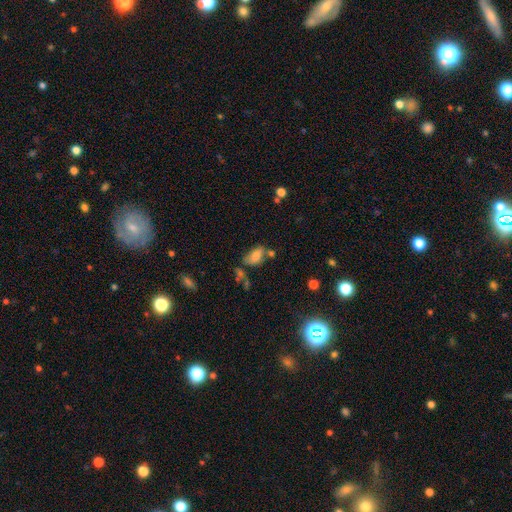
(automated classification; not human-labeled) Overall: smooth (69%). How rounded: in between (89%). Merging: none (49%; minor disturbance 23%).